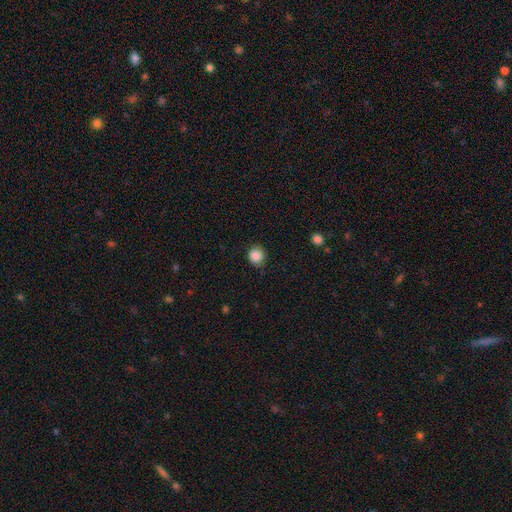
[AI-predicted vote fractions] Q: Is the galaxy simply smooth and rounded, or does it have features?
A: smooth — 87%.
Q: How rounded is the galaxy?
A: round — 84%.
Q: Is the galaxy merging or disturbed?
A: none — 82%.